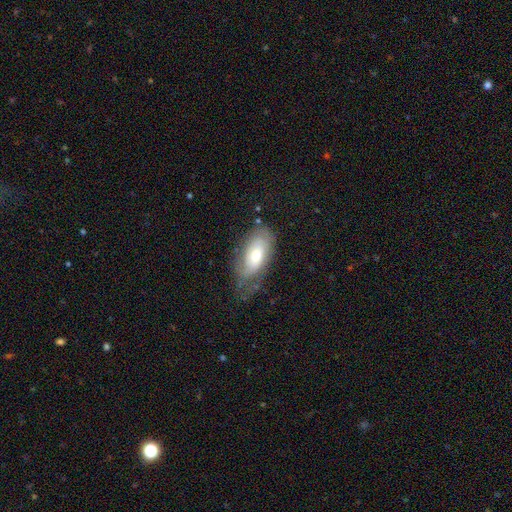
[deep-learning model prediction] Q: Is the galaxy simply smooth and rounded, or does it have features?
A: smooth — 52%.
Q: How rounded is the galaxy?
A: in between — 90%.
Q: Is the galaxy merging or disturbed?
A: none — 54%.